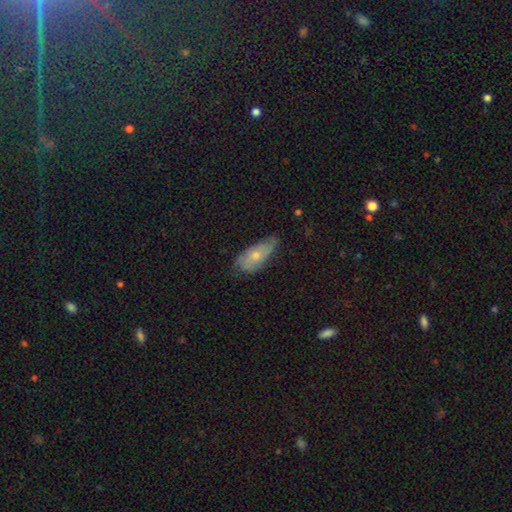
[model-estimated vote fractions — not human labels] smooth-or-featured: smooth: 62% | featured or disk: 31% | star or artifact: 7%
  how-rounded: in between: 82% | cigar-shaped: 15% | round: 3%
  merging: none: 52% | minor disturbance: 37% | major disturbance: 9% | merger: 2%